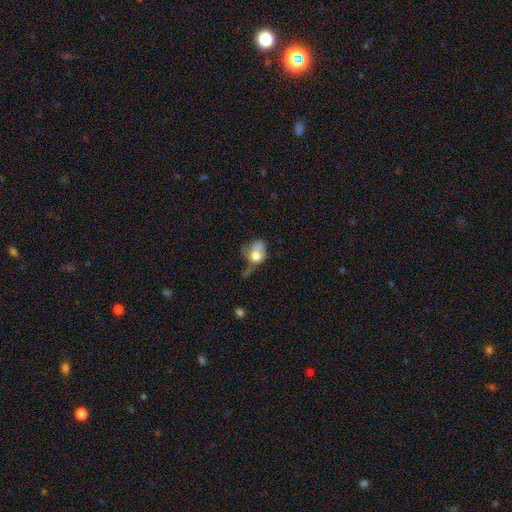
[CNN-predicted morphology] Smooth or featured?
  - smooth: 68% *
  - featured or disk: 23%
  - star or artifact: 9%
How rounded?
  - round: 50% *
  - in between: 48%
  - cigar-shaped: 1%
Merging?
  - major disturbance: 39% *
  - minor disturbance: 24%
  - none: 22%
  - merger: 14%